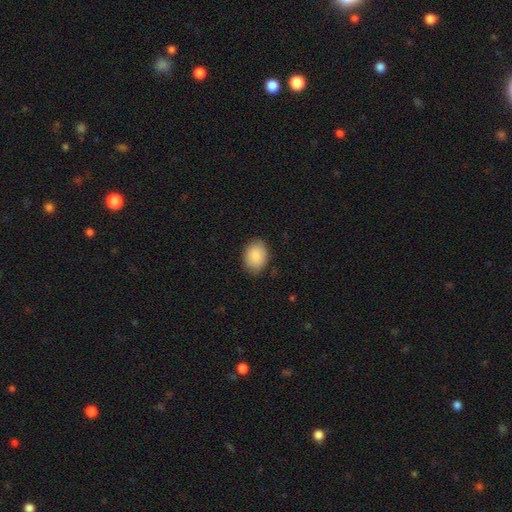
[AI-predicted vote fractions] smooth_or_featured: smooth (p=0.86) [alt: featured or disk p=0.07]
how_rounded: in between (p=0.71) [alt: round p=0.28]
merging: none (p=0.82) [alt: minor disturbance p=0.14]